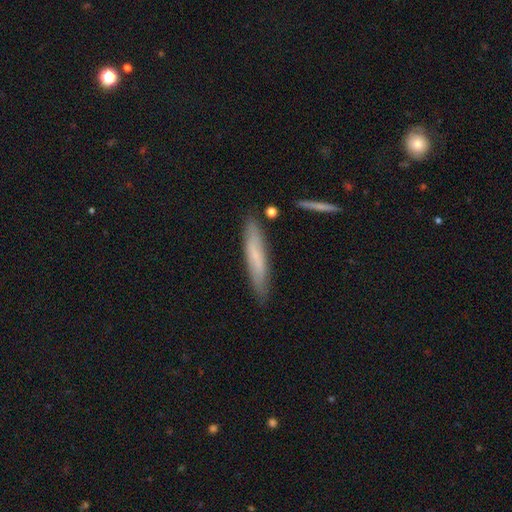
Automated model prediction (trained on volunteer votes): A smooth galaxy with no disk features (60%) that is cigar-shaped (91%).

Vote fractions:
- Smooth or featured? smooth: 60% / featured or disk: 33% / star or artifact: 7%
- How rounded? cigar-shaped: 91% / in between: 8% / round: 1%
- Merging? none: 81% / minor disturbance: 13% / merger: 3% / major disturbance: 2%